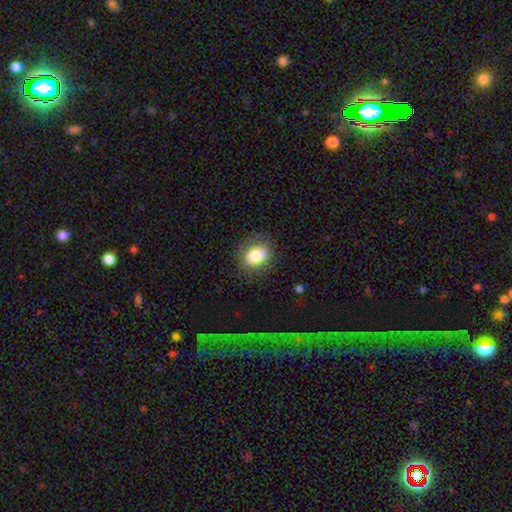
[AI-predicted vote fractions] This appears to be a smooth galaxy with no disk features (81%) that is in between round and cigar-shaped (54%). Merging: none (82%).